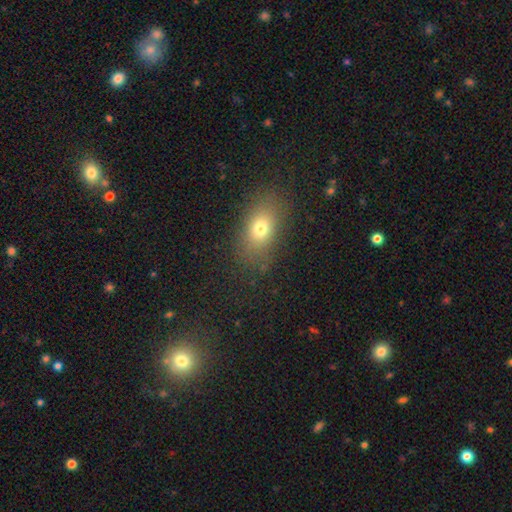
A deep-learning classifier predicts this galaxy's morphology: The model was most divided on "smooth or featured": smooth: 70%, star or artifact: 17%, featured or disk: 14%. More confident: merging — none (83%); how rounded — in between (78%).